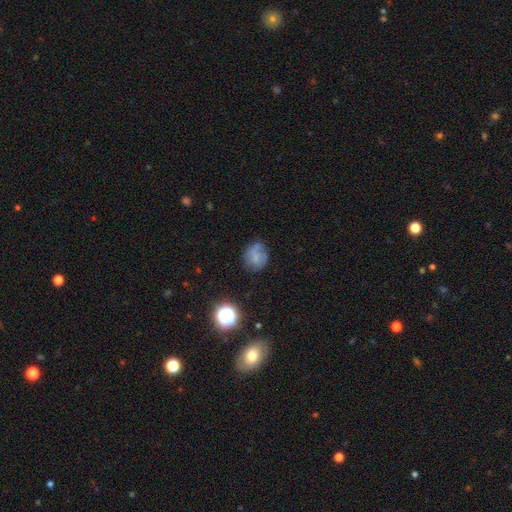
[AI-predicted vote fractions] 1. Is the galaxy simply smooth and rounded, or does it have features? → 62% smooth, 22% featured or disk, 16% star or artifact.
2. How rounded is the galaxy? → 66% round, 33% in between, 1% cigar-shaped.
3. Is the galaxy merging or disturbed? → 58% none, 25% minor disturbance, 13% major disturbance, 3% merger.